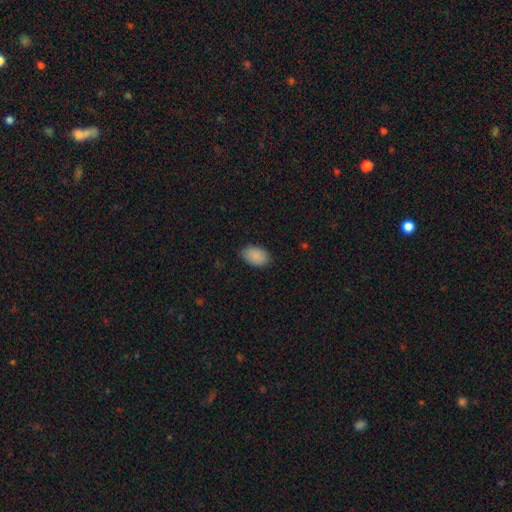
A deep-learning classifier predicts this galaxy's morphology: smooth 89%, star or artifact 7%, featured or disk 4%. Down the decision tree: how rounded — in between (89%); merging — none (85%).